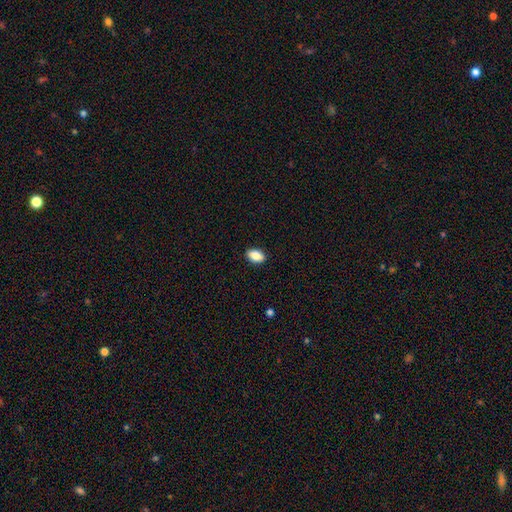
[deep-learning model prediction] smooth_or_featured: smooth (p=0.86) [alt: star or artifact p=0.08]
how_rounded: in between (p=0.88) [alt: round p=0.09]
merging: none (p=0.89) [alt: minor disturbance p=0.08]